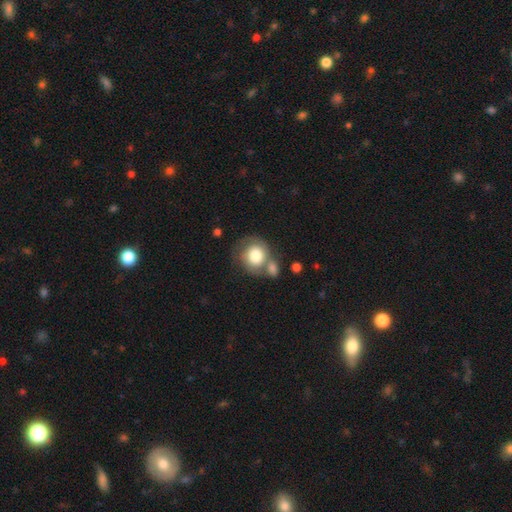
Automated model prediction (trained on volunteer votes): smooth-or-featured: smooth: 72% | featured or disk: 22% | star or artifact: 7%
  how-rounded: round: 82% | in between: 17% | cigar-shaped: 1%
  merging: none: 39% | merger: 34% | minor disturbance: 17% | major disturbance: 10%